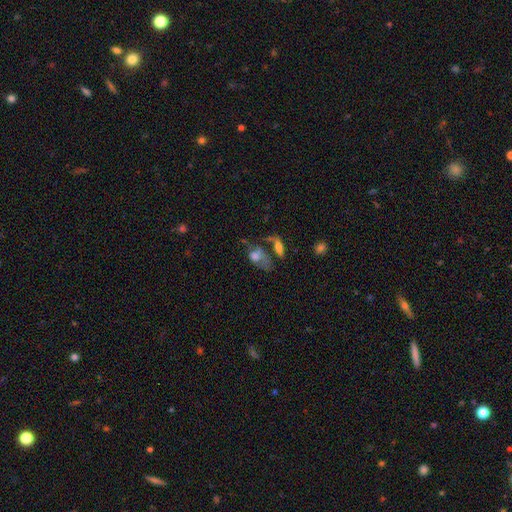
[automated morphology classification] Smooth or featured? smooth (57%)
How rounded? in between (78%)
Merging? merger (34%)